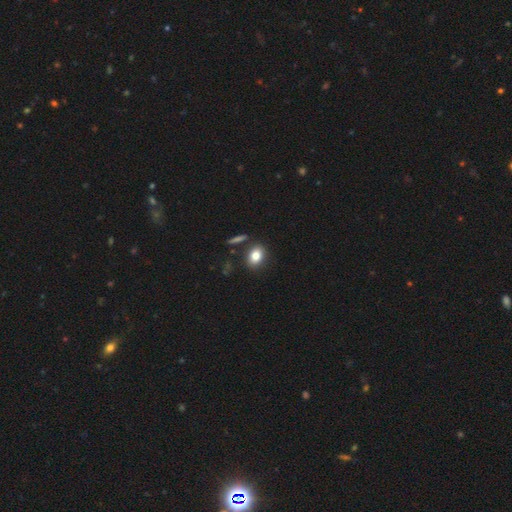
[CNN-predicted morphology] smooth-or-featured: smooth: 81% | featured or disk: 10% | star or artifact: 9%
  how-rounded: in between: 71% | round: 26% | cigar-shaped: 2%
  merging: none: 81% | minor disturbance: 10% | merger: 6% | major disturbance: 3%